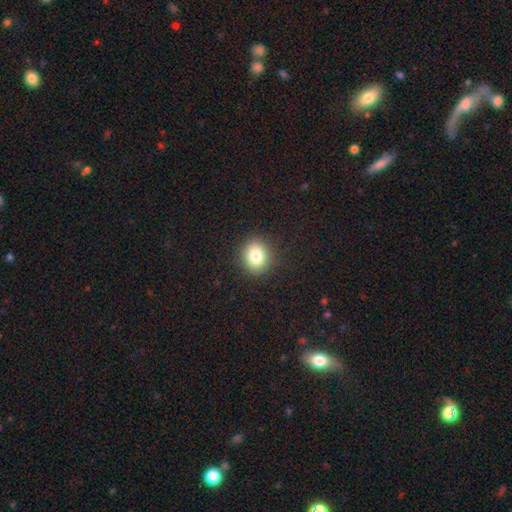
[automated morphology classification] Q: Smooth or featured?
A: smooth (80%); runner-up: star or artifact (11%)
Q: How rounded?
A: round (73%); runner-up: in between (26%)
Q: Merging?
A: none (89%); runner-up: minor disturbance (7%)